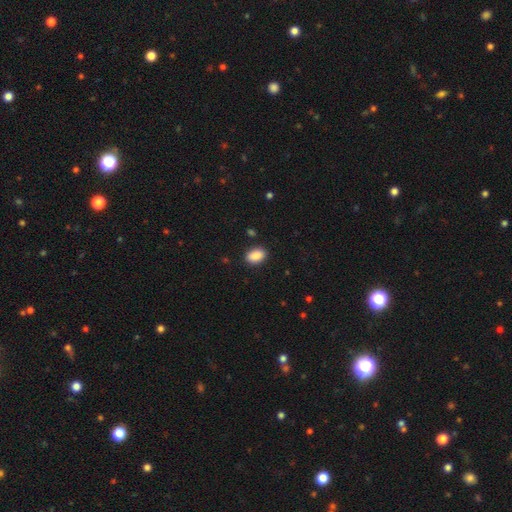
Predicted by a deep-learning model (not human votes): Smooth or featured? smooth (89%)
How rounded? in between (87%)
Merging? none (88%)